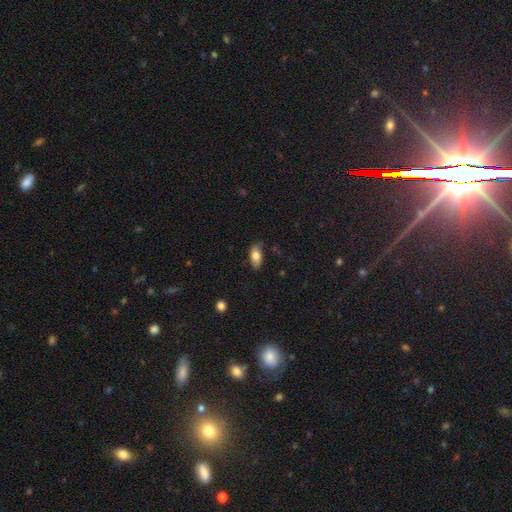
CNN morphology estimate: This appears to be a smooth galaxy with no disk features (79%) that is in between round and cigar-shaped (89%). Merging: none (70%).